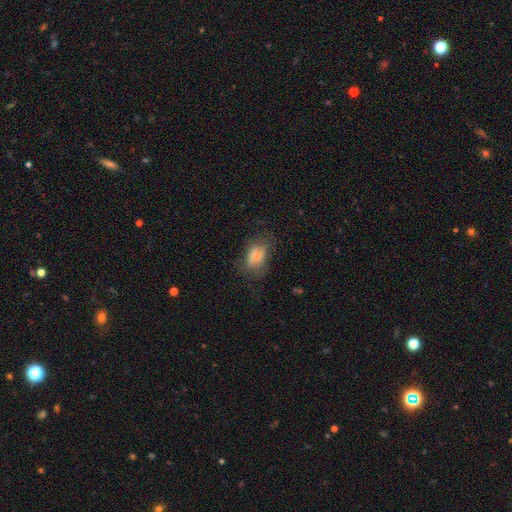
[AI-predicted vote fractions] Smooth or featured? smooth (63%)
How rounded? in between (84%)
Merging? none (42%)